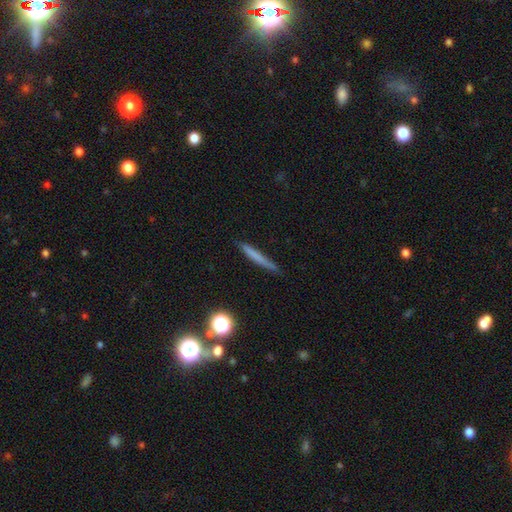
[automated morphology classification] The model was most divided on "smooth or featured": smooth: 62%, featured or disk: 28%, star or artifact: 9%. More confident: how rounded — cigar-shaped (95%); merging — none (85%).